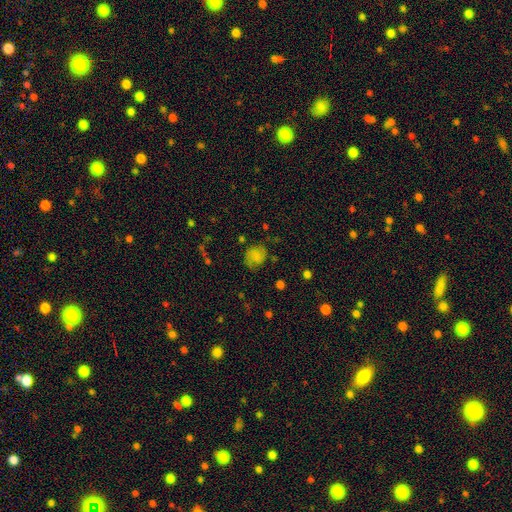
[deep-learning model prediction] Smooth or featured: smooth — 70% (featured or disk — 18%)
How rounded: round — 66% (in between — 33%)
Merging: none — 66% (minor disturbance — 23%)